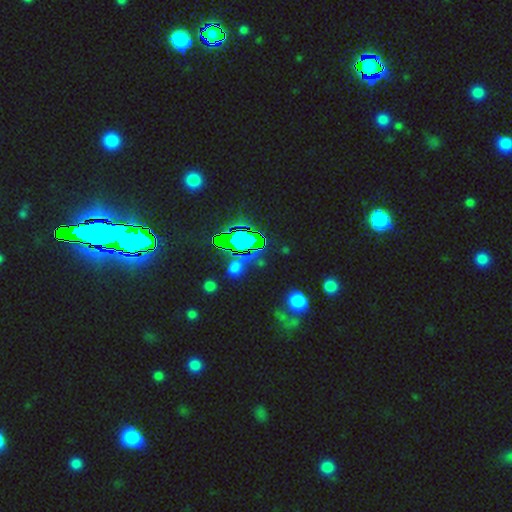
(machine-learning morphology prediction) smooth-or-featured: star or artifact: 74% | smooth: 14% | featured or disk: 12%